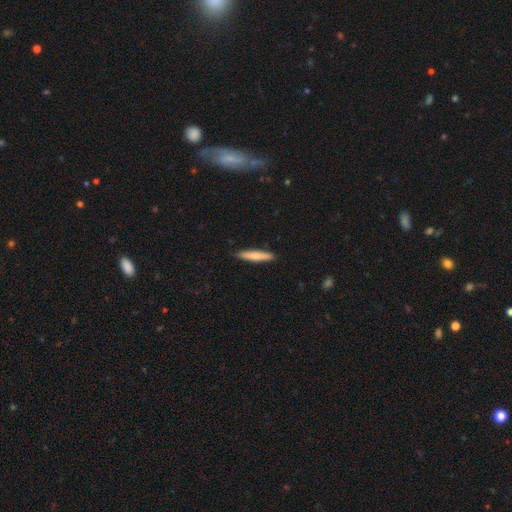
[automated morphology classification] Overall: smooth (75%). How rounded: cigar-shaped (92%). Merging: none (90%).